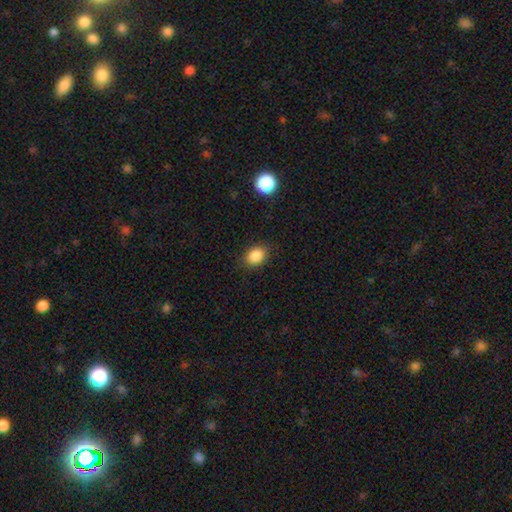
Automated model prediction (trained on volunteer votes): Morphology: type=smooth (87%); roundness=in between (58%); merging=none (87%).